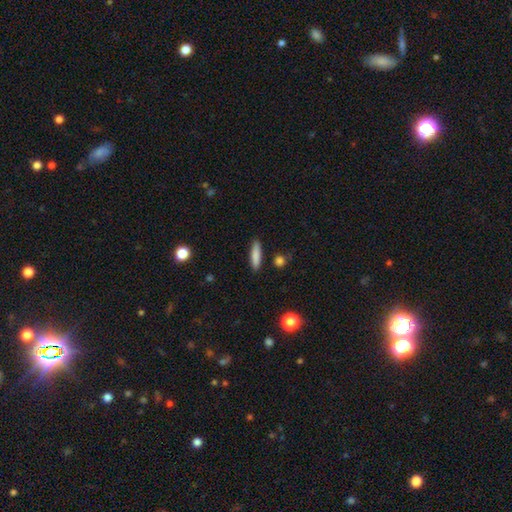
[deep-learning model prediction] A smooth galaxy with no disk features (83%) that is cigar-shaped (78%).

Vote fractions:
- Smooth or featured? smooth: 83% / featured or disk: 10% / star or artifact: 7%
- How rounded? cigar-shaped: 78% / in between: 20% / round: 2%
- Merging? none: 87% / minor disturbance: 8% / merger: 2% / major disturbance: 2%